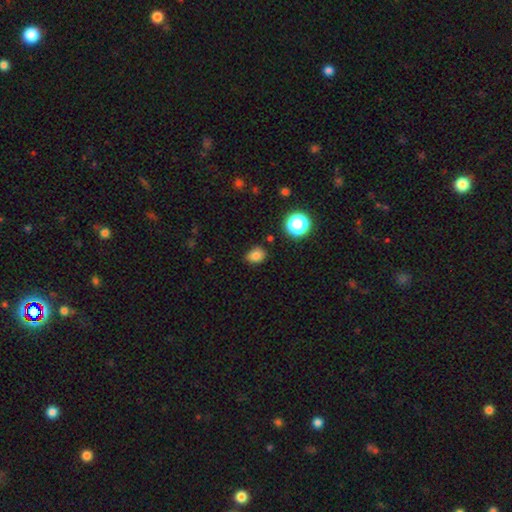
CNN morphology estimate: This is likely a smooth galaxy (80%). How rounded: possibly in between (55%). Merging: clearly none (81%).